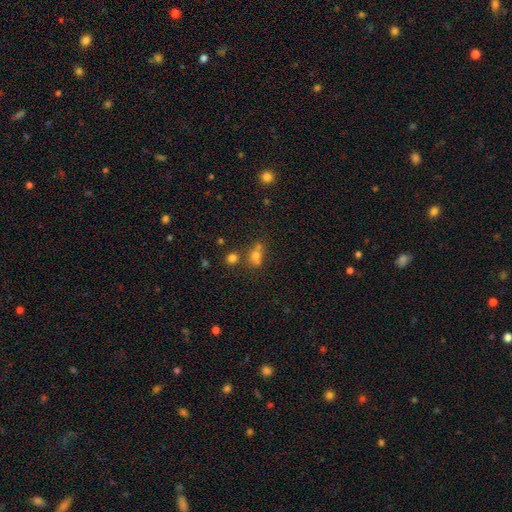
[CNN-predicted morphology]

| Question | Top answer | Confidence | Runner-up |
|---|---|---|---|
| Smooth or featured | smooth | 65% | star or artifact (21%) |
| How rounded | round | 68% | in between (30%) |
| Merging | merger | 44% | none (40%) |